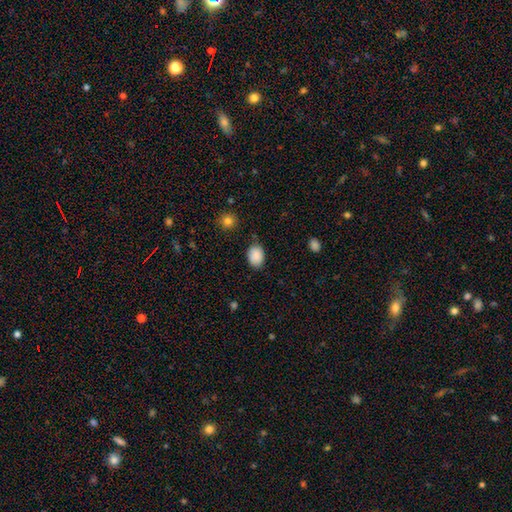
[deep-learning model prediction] The model was most divided on "how rounded": in between: 73%, round: 26%, cigar-shaped: 1%. More confident: smooth or featured — smooth (89%); merging — none (81%).